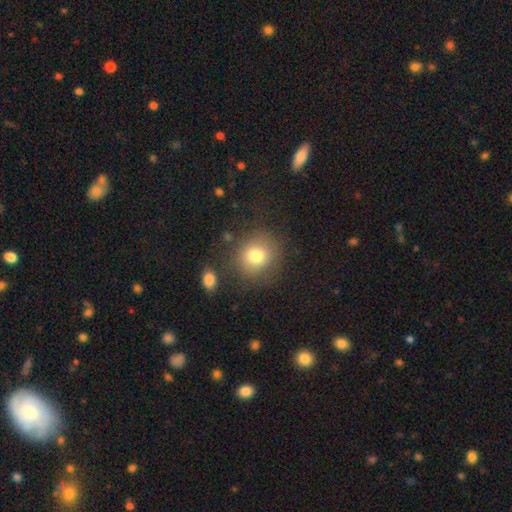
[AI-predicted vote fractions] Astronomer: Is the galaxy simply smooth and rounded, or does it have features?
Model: smooth — 78%.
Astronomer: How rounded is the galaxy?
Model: round — 81%.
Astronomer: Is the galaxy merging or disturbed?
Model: none — 78%.